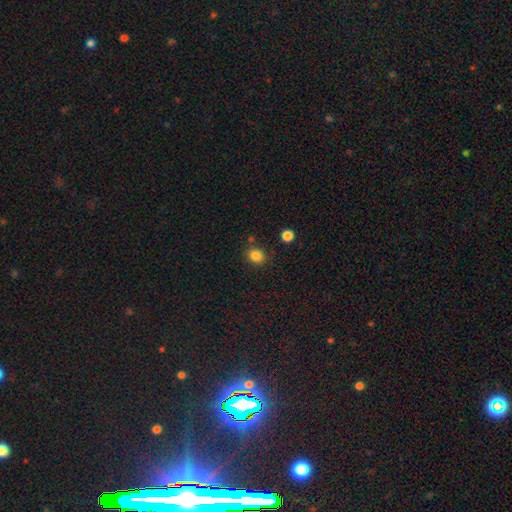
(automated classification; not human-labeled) A smooth galaxy with no disk features (83%) that is round (70%). Merging: none (80%).